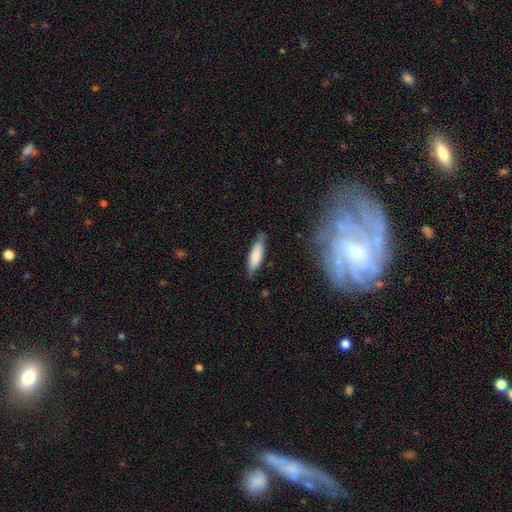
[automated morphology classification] Smooth or featured?
  - smooth: 75% *
  - featured or disk: 19%
  - star or artifact: 6%
How rounded?
  - cigar-shaped: 65% *
  - in between: 34%
  - round: 1%
Merging?
  - none: 77% *
  - minor disturbance: 18%
  - major disturbance: 3%
  - merger: 2%